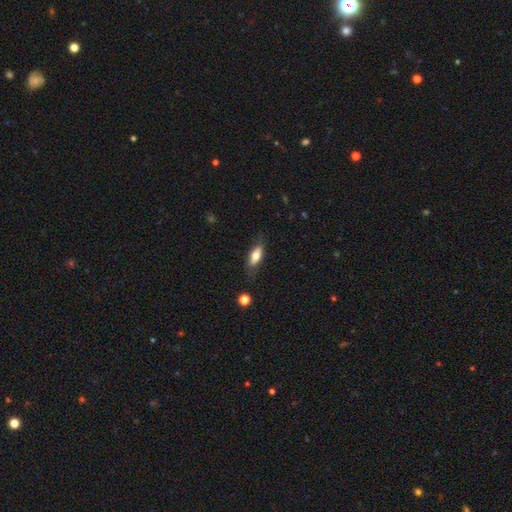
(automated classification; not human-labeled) Smooth or featured: smooth — 70% (featured or disk — 23%)
How rounded: in between — 74% (cigar-shaped — 23%)
Merging: none — 77% (minor disturbance — 17%)